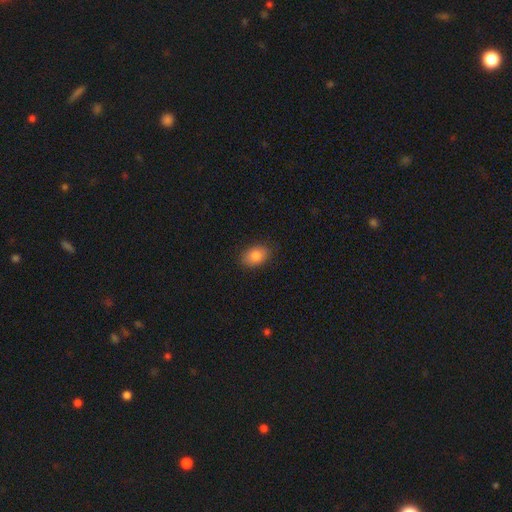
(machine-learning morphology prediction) type=smooth (84%); roundness=in between (82%); merging=none (86%).